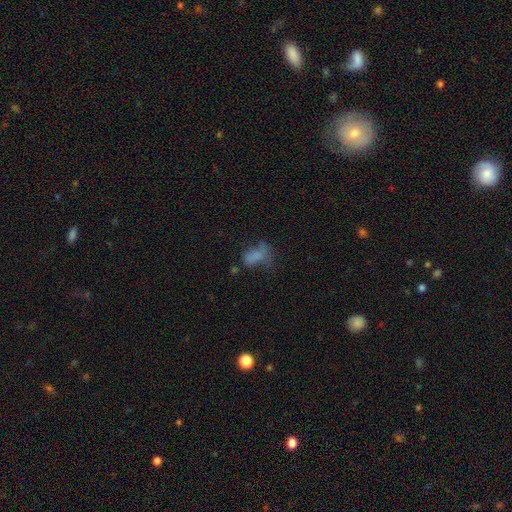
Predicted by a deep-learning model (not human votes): smooth_or_featured: smooth (p=0.62) [alt: featured or disk p=0.22]
how_rounded: in between (p=0.86) [alt: round p=0.11]
merging: major disturbance (p=0.37) [alt: none p=0.29]